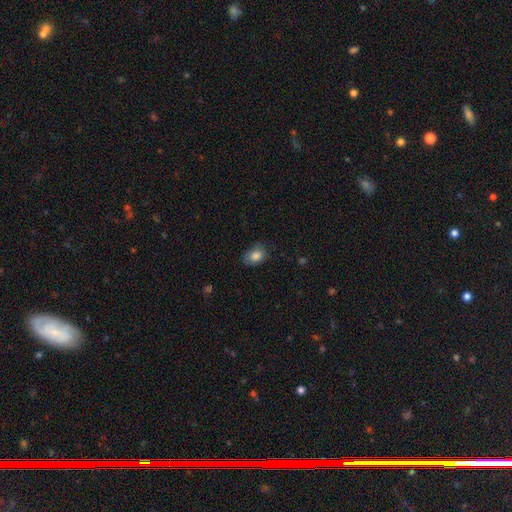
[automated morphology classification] A smooth galaxy with no disk features (83%) that is in between round and cigar-shaped (73%). Merging: none (71%).